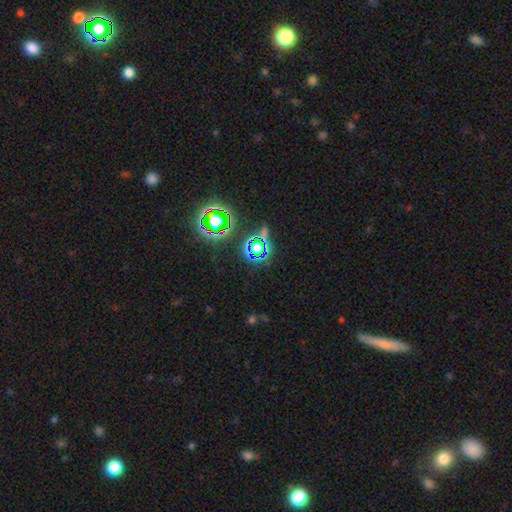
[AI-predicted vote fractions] Q: Smooth or featured?
A: star or artifact (63%); runner-up: smooth (26%)